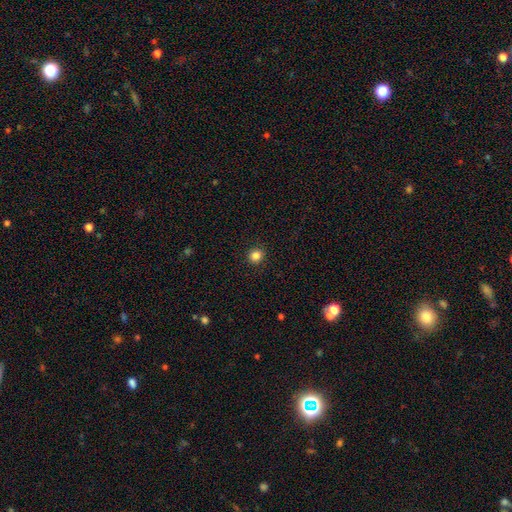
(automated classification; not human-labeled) Smooth or featured: smooth — 84% (star or artifact — 12%)
How rounded: round — 91% (in between — 8%)
Merging: none — 92% (minor disturbance — 5%)